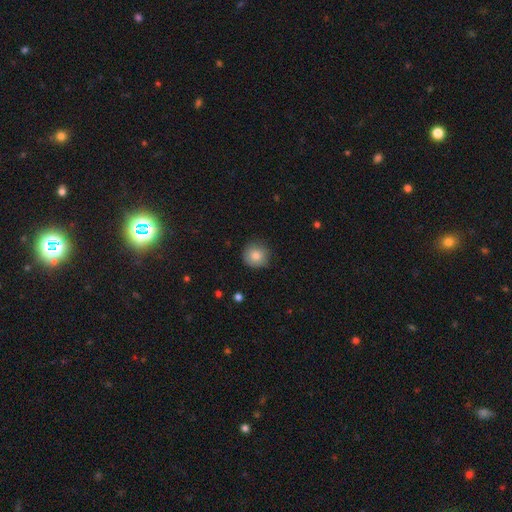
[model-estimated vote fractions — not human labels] Smooth or featured?
  - smooth: 83% *
  - star or artifact: 9%
  - featured or disk: 8%
How rounded?
  - round: 93% *
  - in between: 6%
  - cigar-shaped: 1%
Merging?
  - none: 82% *
  - minor disturbance: 14%
  - major disturbance: 3%
  - merger: 1%